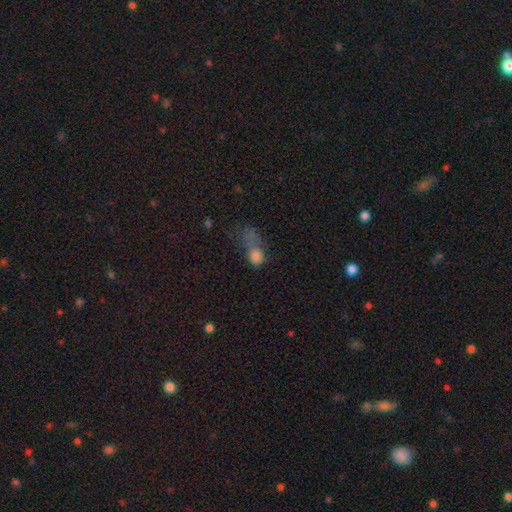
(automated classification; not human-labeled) Smooth or featured: smooth — 74% (star or artifact — 15%)
How rounded: in between — 60% (round — 36%)
Merging: major disturbance — 41% (none — 21%)